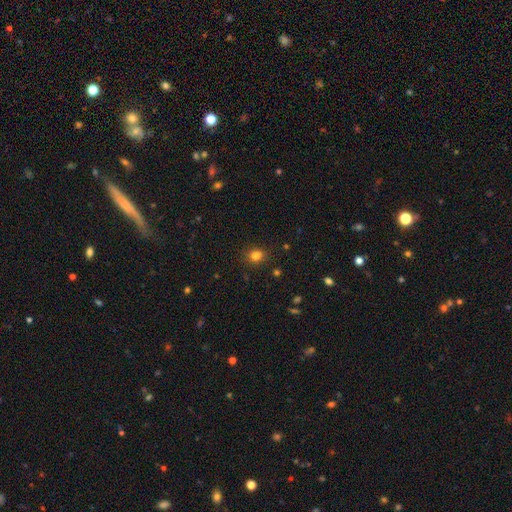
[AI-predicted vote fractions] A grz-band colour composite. It shows a smooth galaxy with no disk features (80%) that is round (67%). Merging: none (85%).